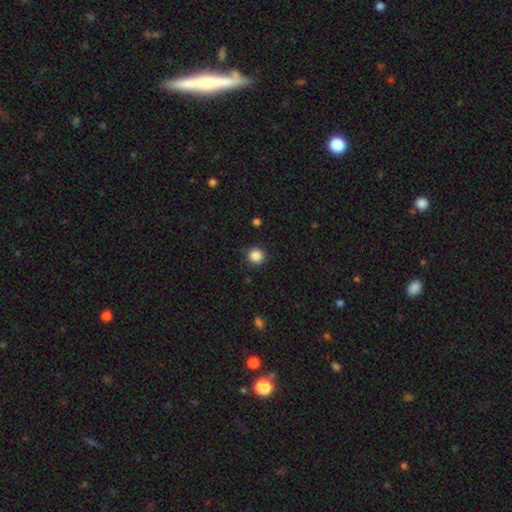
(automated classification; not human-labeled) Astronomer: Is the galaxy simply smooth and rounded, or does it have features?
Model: smooth — 86%.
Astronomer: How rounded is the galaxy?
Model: round — 94%.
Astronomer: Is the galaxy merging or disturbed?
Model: none — 91%.